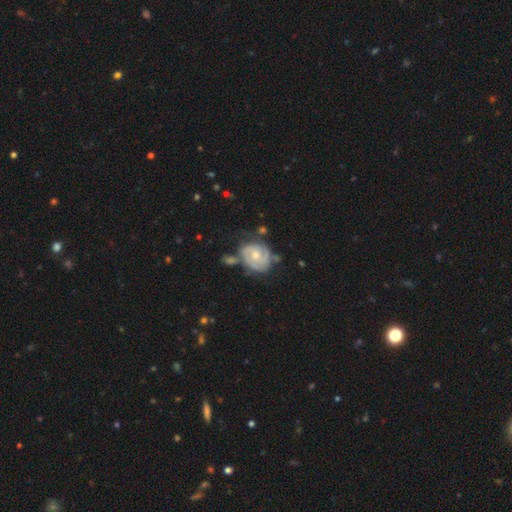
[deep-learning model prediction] Smooth or featured: featured or disk — 83% (smooth — 12%)
Edge-on disk: no — 98% (yes — 2%)
Bar: no — 66% (weak — 29%)
Spiral arms: yes — 95% (no — 5%)
Spiral winding: tight — 66% (medium — 28%)
Spiral arm count: 2 — 56% (3 — 19%)
Bulge size: moderate — 56% (small — 39%)
Merging: none — 55% (minor disturbance — 24%)